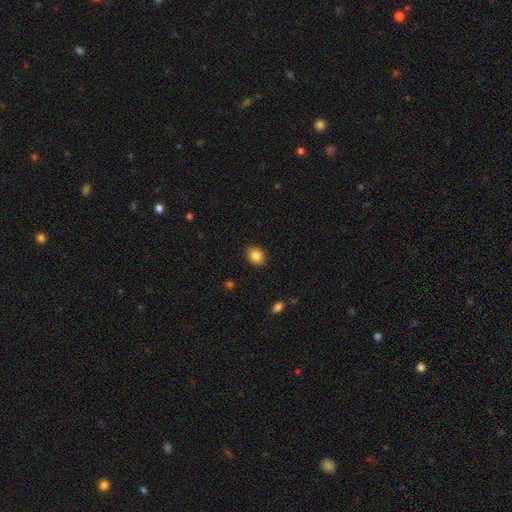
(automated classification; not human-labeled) smooth 86%, star or artifact 9%, featured or disk 5%. Down the decision tree: how rounded — in between (54%); merging — none (89%).